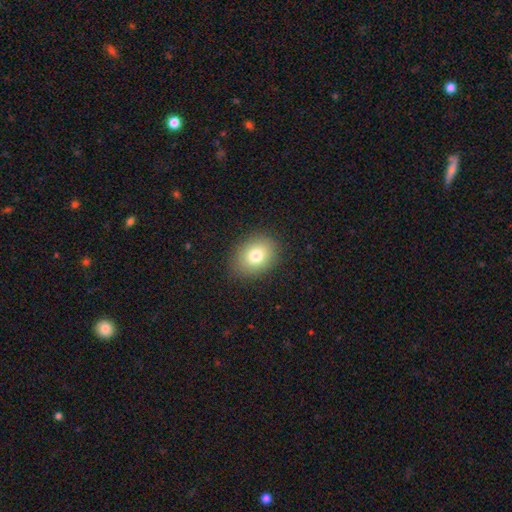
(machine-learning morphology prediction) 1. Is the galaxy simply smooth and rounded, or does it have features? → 79% smooth, 11% star or artifact, 11% featured or disk.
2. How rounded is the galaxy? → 58% in between, 41% round, 1% cigar-shaped.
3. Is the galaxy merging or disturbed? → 87% none, 9% minor disturbance, 3% major disturbance, 1% merger.